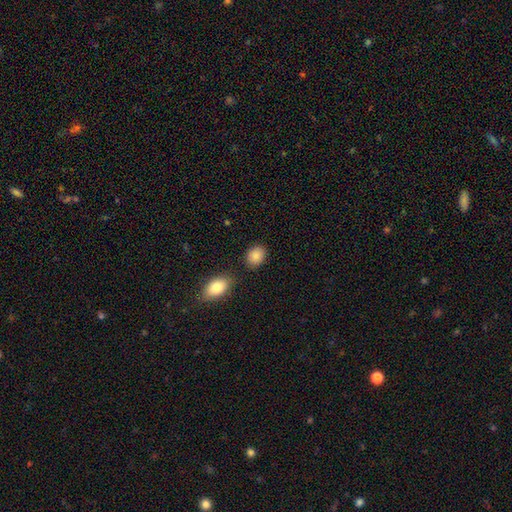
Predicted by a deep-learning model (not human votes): This appears to be a smooth galaxy with no disk features (88%) that is in between round and cigar-shaped (66%). Merging: none (81%).